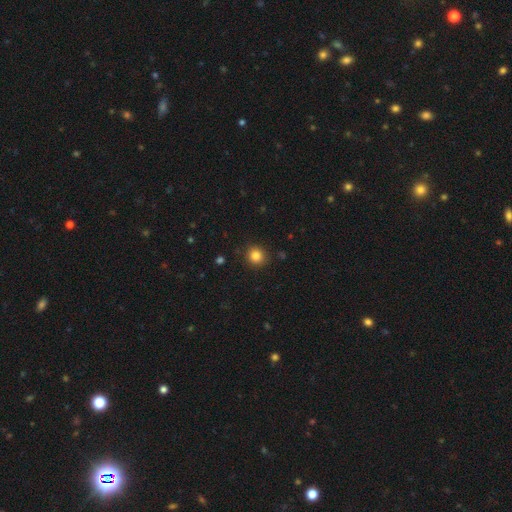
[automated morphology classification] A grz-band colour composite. It shows a smooth galaxy with no disk features (84%) that is round (91%). Merging: none (90%).